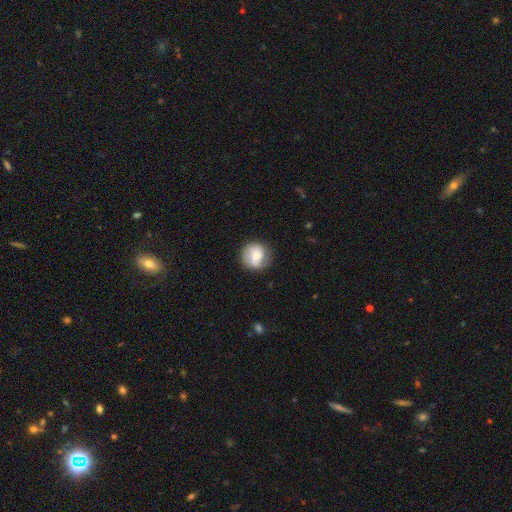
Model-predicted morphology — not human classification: A smooth galaxy with no disk features (55%) that is round (89%). Merging: none (78%).